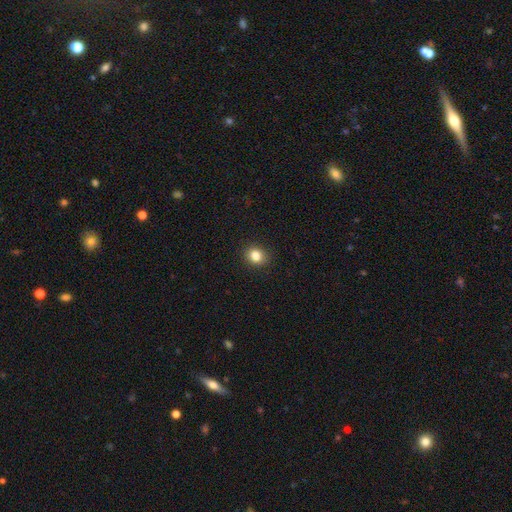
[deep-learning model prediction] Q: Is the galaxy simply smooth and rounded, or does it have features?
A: smooth — 84%.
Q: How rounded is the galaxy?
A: round — 68%.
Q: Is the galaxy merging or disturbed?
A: none — 90%.